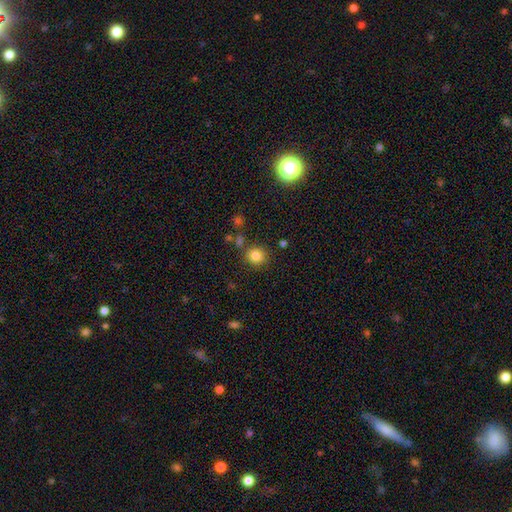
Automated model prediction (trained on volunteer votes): Overall: smooth (82%). How rounded: round (91%). Merging: none (83%).